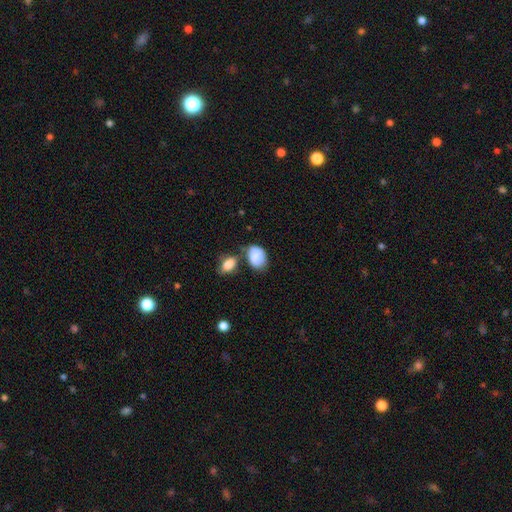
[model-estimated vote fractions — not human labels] A smooth galaxy with no disk features (74%) that is in between round and cigar-shaped (78%).

Vote fractions:
- Smooth or featured? smooth: 74% / featured or disk: 19% / star or artifact: 8%
- How rounded? in between: 78% / round: 21% / cigar-shaped: 1%
- Merging? none: 42% / minor disturbance: 25% / merger: 24% / major disturbance: 9%